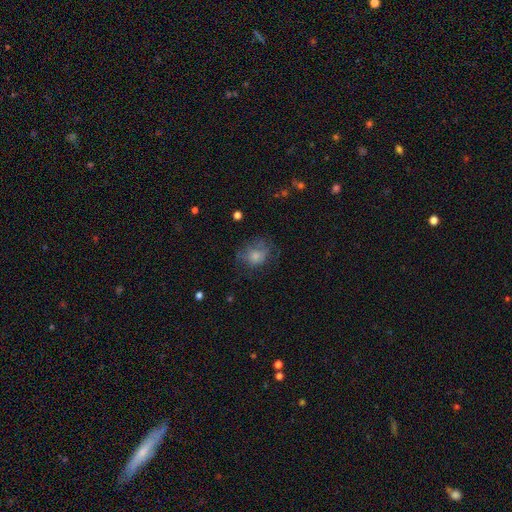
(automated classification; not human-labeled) Smooth or featured? Predicted: smooth (p=0.69). How rounded? Predicted: round (p=0.63). Merging? Predicted: none (p=0.51).